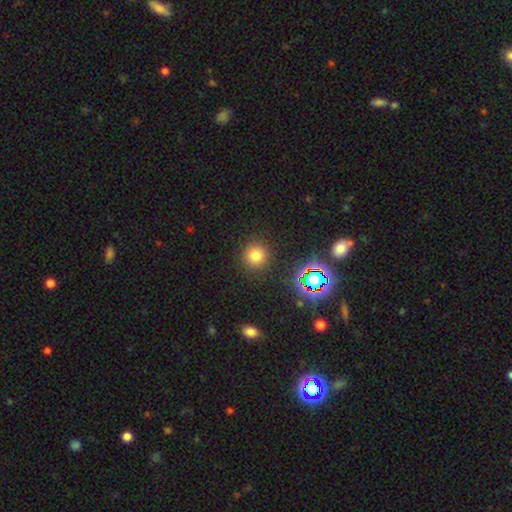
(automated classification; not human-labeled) A smooth galaxy with no disk features (75%) that is round (93%). Merging: none (89%).